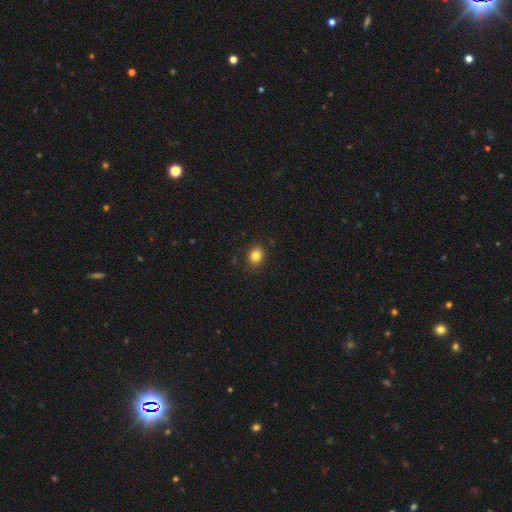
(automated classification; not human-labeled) Smooth or featured? Predicted: smooth (p=0.83). How rounded? Predicted: round (p=0.61). Merging? Predicted: none (p=0.85).